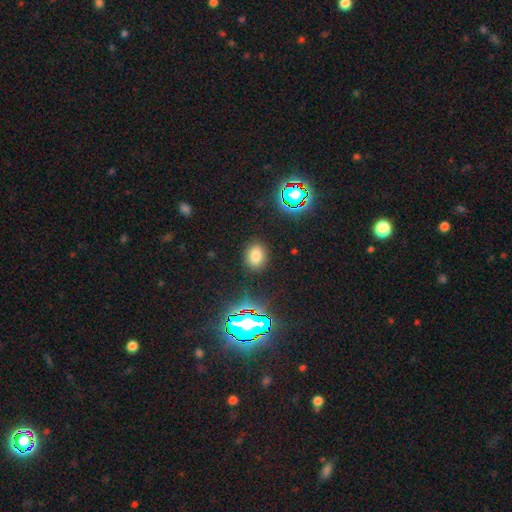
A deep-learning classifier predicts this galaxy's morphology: smooth 73%, star or artifact 19%, featured or disk 8%. Down the decision tree: how rounded — in between (56%); merging — none (88%).